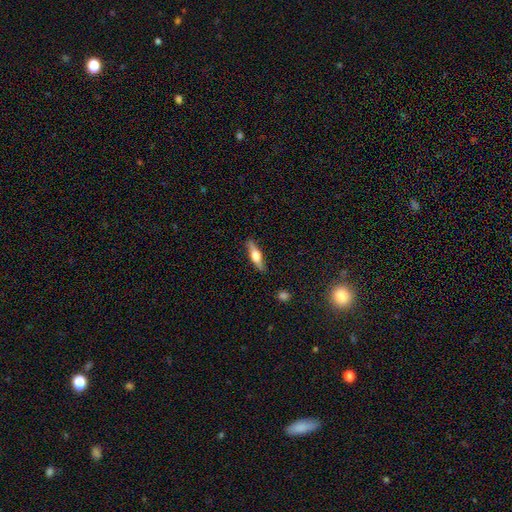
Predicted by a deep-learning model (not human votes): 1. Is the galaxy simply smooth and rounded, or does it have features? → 48% smooth, 46% featured or disk, 6% star or artifact.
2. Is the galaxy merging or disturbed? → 85% none, 11% minor disturbance, 2% major disturbance, 1% merger.